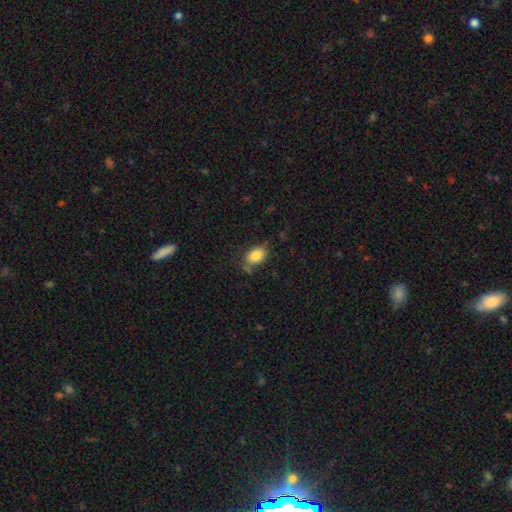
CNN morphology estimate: Smooth or featured?
  - smooth: 84% *
  - star or artifact: 8%
  - featured or disk: 7%
How rounded?
  - in between: 83% *
  - round: 16%
  - cigar-shaped: 2%
Merging?
  - none: 66% *
  - minor disturbance: 21%
  - major disturbance: 6%
  - merger: 6%